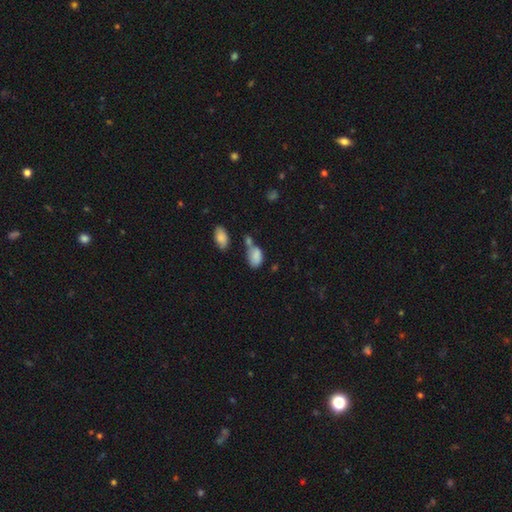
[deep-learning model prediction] A smooth galaxy with no disk features (81%) that is in between round and cigar-shaped (90%).

Vote fractions:
- Smooth or featured? smooth: 81% / featured or disk: 9% / star or artifact: 9%
- How rounded? in between: 90% / round: 8% / cigar-shaped: 2%
- Merging? none: 34% (tied) / merger: 34% (tied) / minor disturbance: 22% / major disturbance: 10%